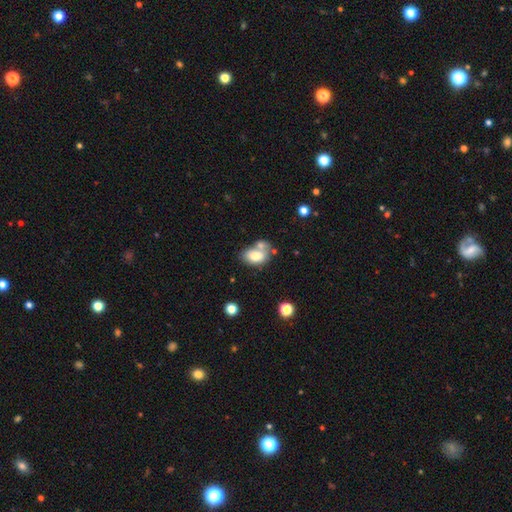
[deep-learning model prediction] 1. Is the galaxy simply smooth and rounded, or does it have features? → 75% smooth, 17% featured or disk, 8% star or artifact.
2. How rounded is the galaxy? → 84% in between, 15% round, 1% cigar-shaped.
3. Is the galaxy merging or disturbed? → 39% merger, 38% none, 16% minor disturbance, 7% major disturbance.